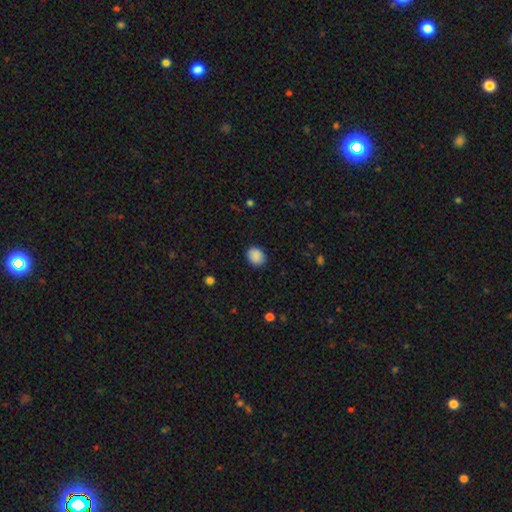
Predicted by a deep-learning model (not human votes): A smooth galaxy with no disk features (89%) that is round (53%).

Vote fractions:
- Smooth or featured? smooth: 89% / star or artifact: 8% / featured or disk: 3%
- How rounded? round: 53% / in between: 46% / cigar-shaped: 1%
- Merging? none: 87% / minor disturbance: 9% / major disturbance: 2% / merger: 1%